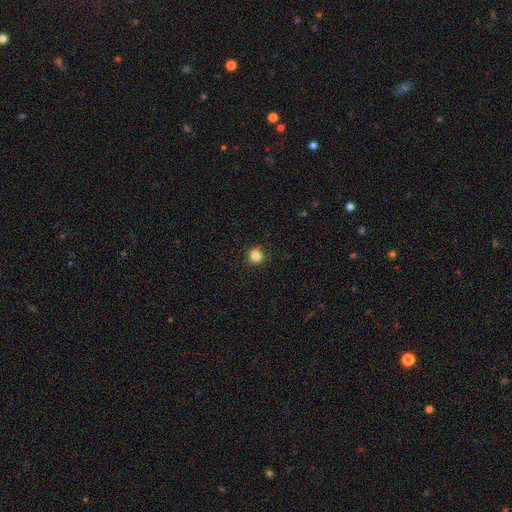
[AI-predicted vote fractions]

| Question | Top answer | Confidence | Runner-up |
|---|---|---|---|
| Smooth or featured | smooth | 82% | star or artifact (13%) |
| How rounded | round | 94% | in between (5%) |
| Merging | none | 89% | minor disturbance (8%) |